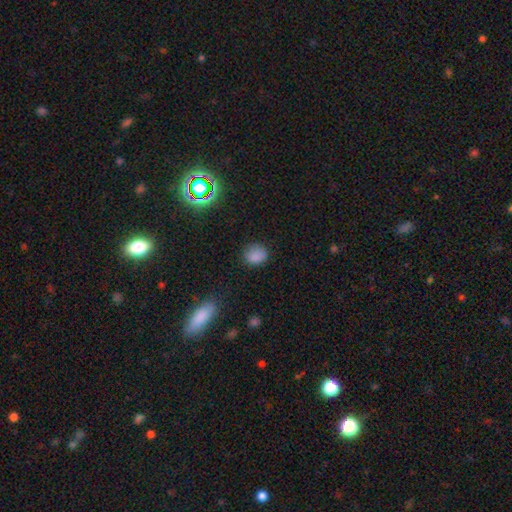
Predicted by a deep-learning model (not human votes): Morphology: type=smooth (82%); roundness=round (67%); merging=none (78%).